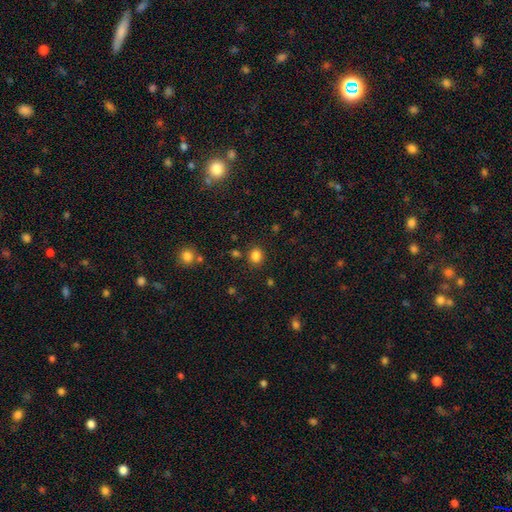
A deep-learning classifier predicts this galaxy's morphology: A smooth galaxy with no disk features (83%) that is round (73%).

Vote fractions:
- Smooth or featured? smooth: 83% / star or artifact: 13% / featured or disk: 4%
- How rounded? round: 73% / in between: 26% / cigar-shaped: 1%
- Merging? none: 85% / minor disturbance: 8% / merger: 4% / major disturbance: 3%